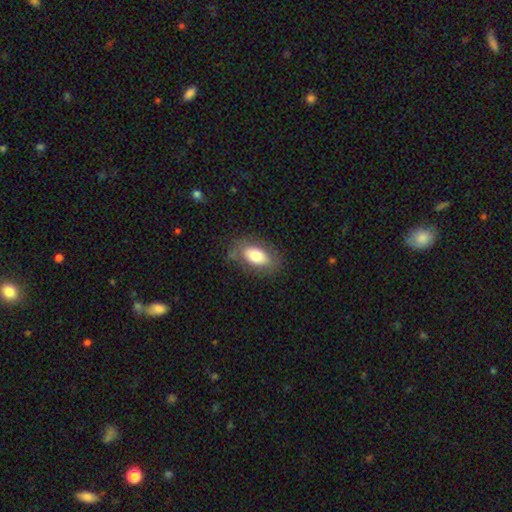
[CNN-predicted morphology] Smooth or featured? smooth (72%)
How rounded? in between (90%)
Merging? none (77%)